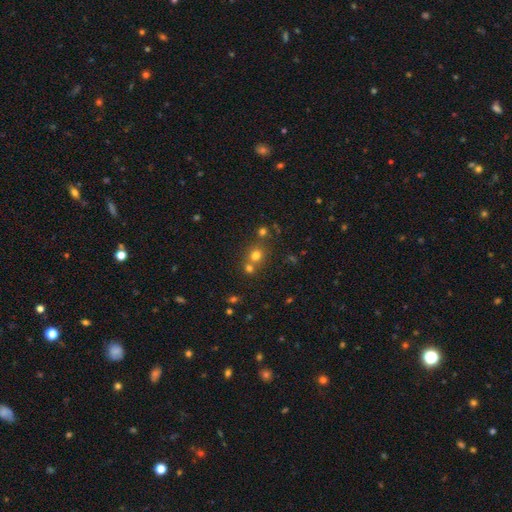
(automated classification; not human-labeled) smooth-or-featured: smooth: 71% | star or artifact: 20% | featured or disk: 9%
  how-rounded: round: 85% | in between: 14% | cigar-shaped: 1%
  merging: none: 58% | merger: 33% | minor disturbance: 7% | major disturbance: 3%